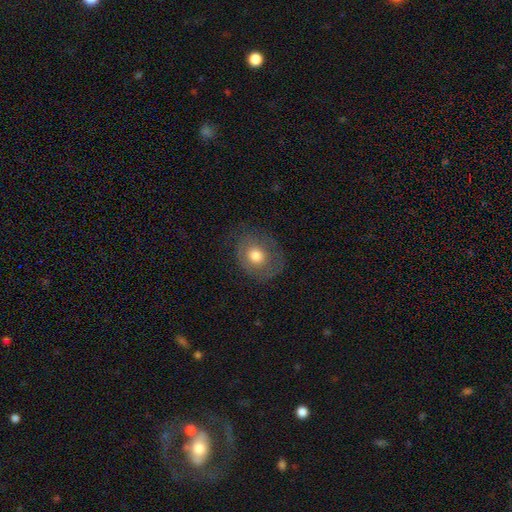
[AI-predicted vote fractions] This is likely a smooth galaxy (65%). How rounded: likely round (63%). Merging: likely none (67%).